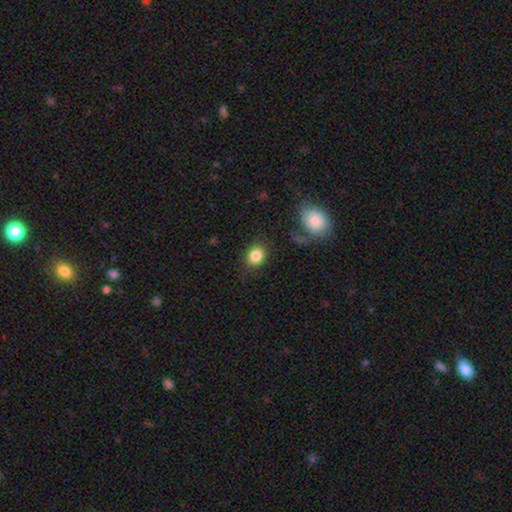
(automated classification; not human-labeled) The model was most divided on "how rounded": round: 50%, in between: 49%, cigar-shaped: 1%. More confident: smooth or featured — smooth (85%); merging — none (82%).